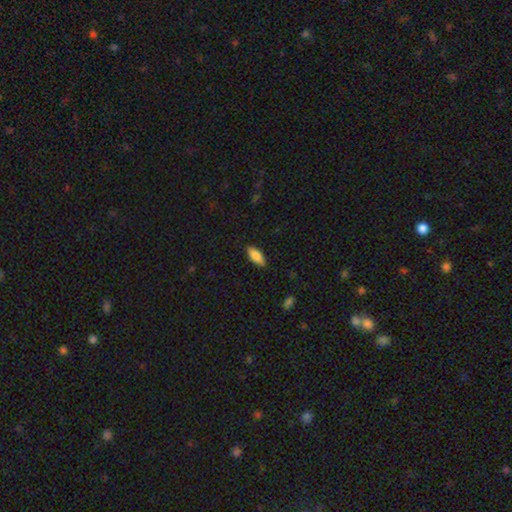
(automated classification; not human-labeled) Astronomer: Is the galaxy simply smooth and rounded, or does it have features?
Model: smooth — 86%.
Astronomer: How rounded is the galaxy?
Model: in between — 79%.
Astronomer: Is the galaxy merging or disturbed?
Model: none — 87%.